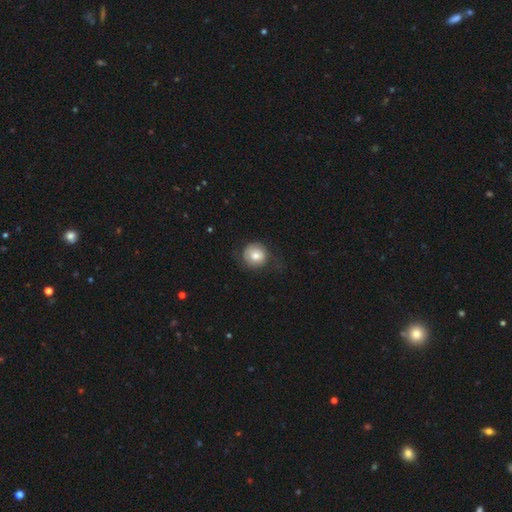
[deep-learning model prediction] Smooth or featured? Predicted: smooth (p=0.68). How rounded? Predicted: round (p=0.90). Merging? Predicted: none (p=0.62).